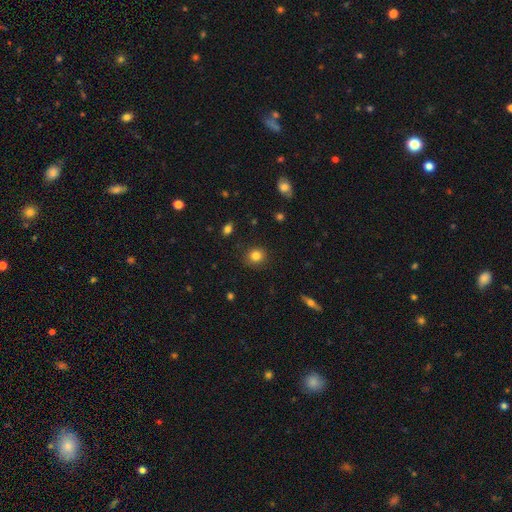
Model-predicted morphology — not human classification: Smooth or featured? Predicted: smooth (p=0.83). How rounded? Predicted: round (p=0.83). Merging? Predicted: none (p=0.88).